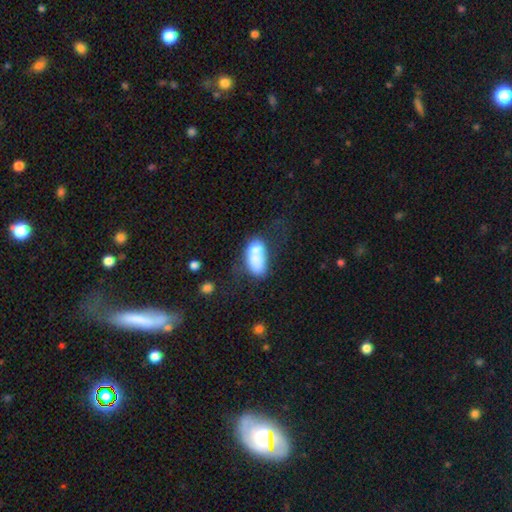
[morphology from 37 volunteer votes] type=smooth (73%); roundness=in between (78%); merging=none (32%, tied with merger).